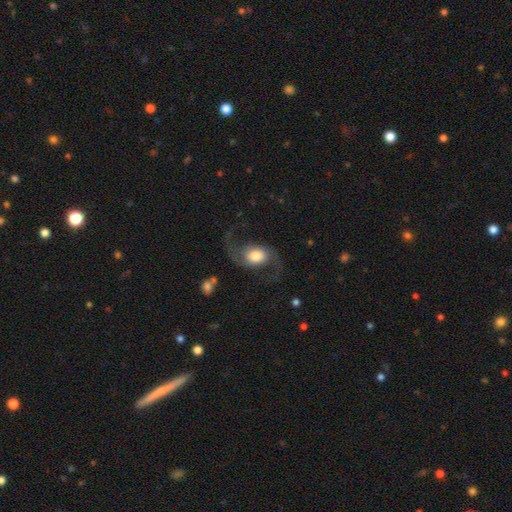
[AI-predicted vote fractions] Smooth or featured?
  - featured or disk: 82% *
  - smooth: 12%
  - star or artifact: 6%
Edge-on disk?
  - no: 97% *
  - yes: 3%
Bar?
  - no: 60% *
  - weak: 30%
  - strong: 10%
Spiral arms?
  - yes: 96% *
  - no: 4%
Spiral winding?
  - loose: 77% *
  - medium: 19%
  - tight: 3%
Spiral arm count?
  - 2: 94% *
  - 1: 2%
  - can't tell: 1%
  - 3: 1%
  - 4: 1%
  - more than 4: 1%
Bulge size?
  - moderate: 43% *
  - large: 34%
  - dominant: 11%
  - small: 10%
  - none: 2%
Merging?
  - none: 68% *
  - major disturbance: 15%
  - minor disturbance: 14%
  - merger: 2%